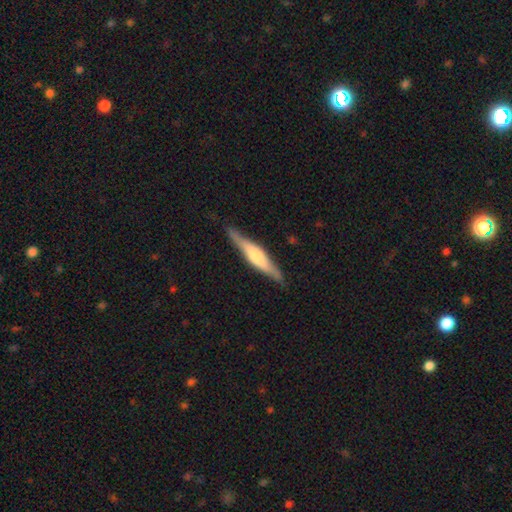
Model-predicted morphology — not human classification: Smooth or featured?
  - featured or disk: 63% *
  - smooth: 32%
  - star or artifact: 5%
Edge-on disk?
  - yes: 95% *
  - no: 5%
Edge-on bulge?
  - rounded: 63% *
  - boxy: 28%
  - none: 9%
Merging?
  - none: 86% *
  - minor disturbance: 11%
  - major disturbance: 2%
  - merger: 1%